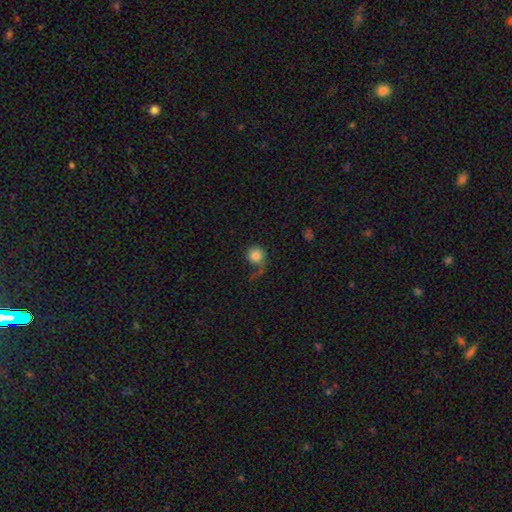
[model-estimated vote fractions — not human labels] Smooth or featured? Predicted: smooth (p=0.80). How rounded? Predicted: round (p=0.89). Merging? Predicted: none (p=0.47).